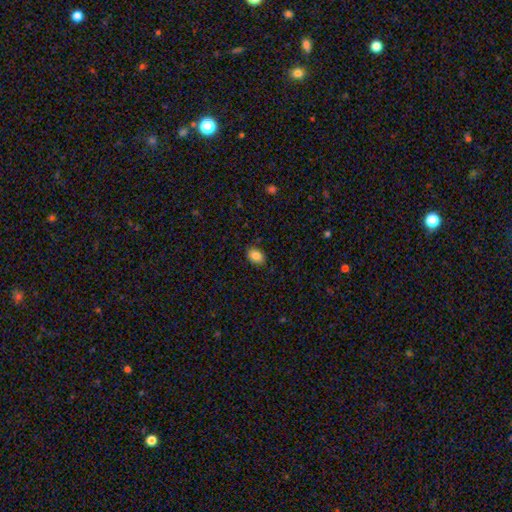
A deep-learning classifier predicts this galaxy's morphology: Smooth or featured? smooth (86%)
How rounded? in between (79%)
Merging? none (87%)